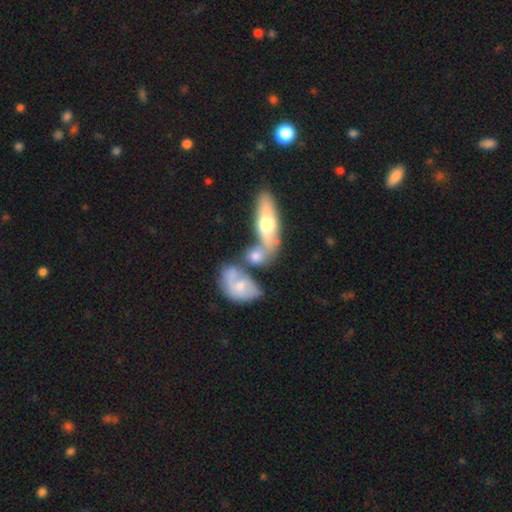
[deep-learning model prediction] Smooth or featured?
  - smooth: 57% *
  - featured or disk: 35%
  - star or artifact: 8%
How rounded?
  - in between: 67% *
  - round: 23%
  - cigar-shaped: 10%
Merging?
  - merger: 53% *
  - none: 28%
  - minor disturbance: 12%
  - major disturbance: 7%